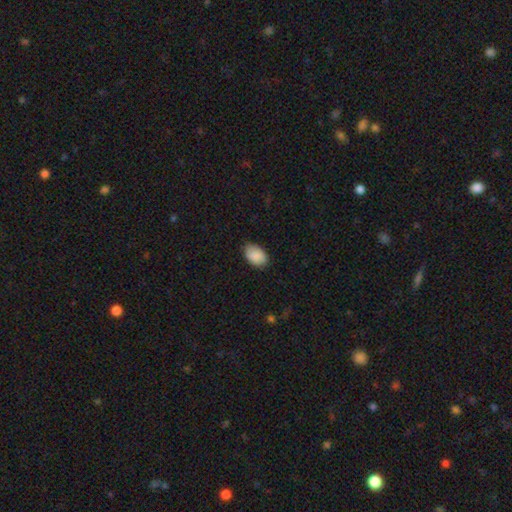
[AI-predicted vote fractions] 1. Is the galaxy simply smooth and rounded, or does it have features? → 90% smooth, 7% star or artifact, 4% featured or disk.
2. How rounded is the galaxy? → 88% in between, 11% round, 1% cigar-shaped.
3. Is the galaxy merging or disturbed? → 79% none, 17% minor disturbance, 3% major disturbance, 1% merger.